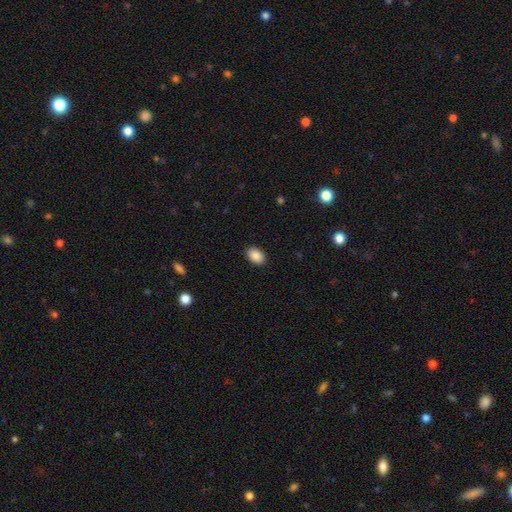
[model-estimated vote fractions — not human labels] Smooth or featured? smooth (88%)
How rounded? in between (84%)
Merging? none (89%)